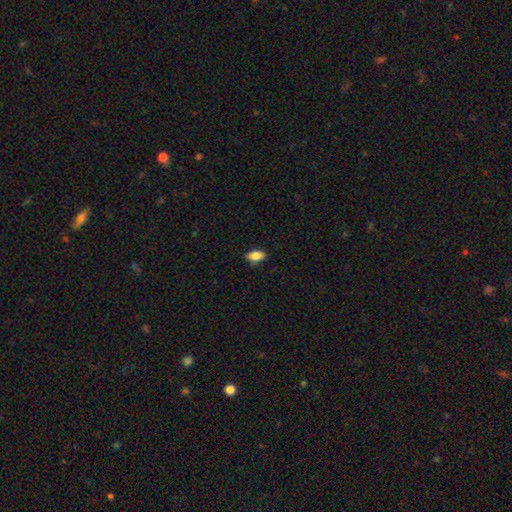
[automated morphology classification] Overall: smooth (83%). How rounded: in between (90%). Merging: none (85%).